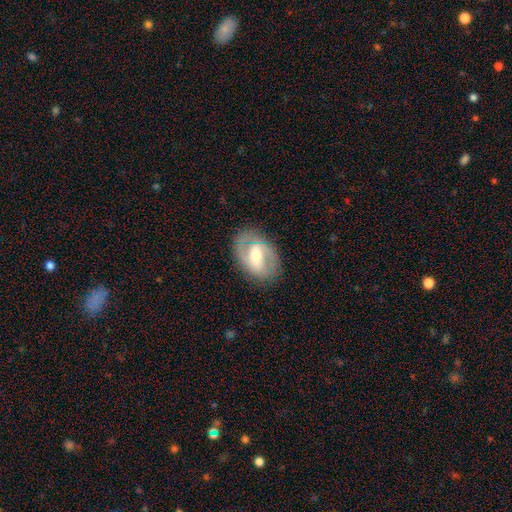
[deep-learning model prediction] Smooth or featured? featured or disk (74%)
Edge-on disk? no (95%)
Bar? weak (48%)
Spiral arms? yes (81%)
Spiral winding? medium (46%)
Spiral arm count? 2 (79%)
Bulge size? moderate (64%)
Merging? none (79%)